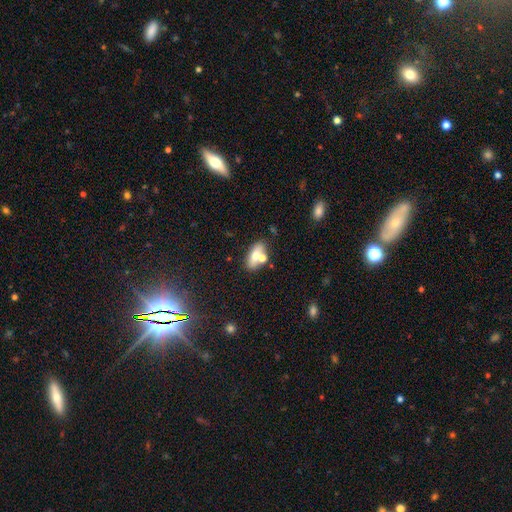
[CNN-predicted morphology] The model was most divided on "merging": none: 58%, merger: 25%, minor disturbance: 12%, major disturbance: 4%. More confident: how rounded — in between (81%); smooth or featured — smooth (66%).